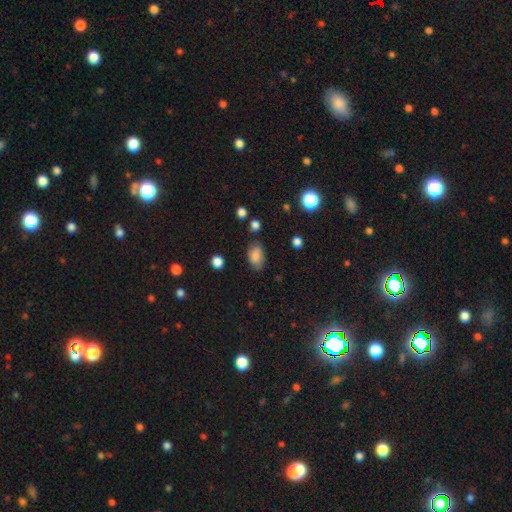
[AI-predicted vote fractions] smooth_or_featured: smooth (p=0.83) [alt: star or artifact p=0.10]
how_rounded: in between (p=0.89) [alt: round p=0.09]
merging: none (p=0.71) [alt: minor disturbance p=0.21]